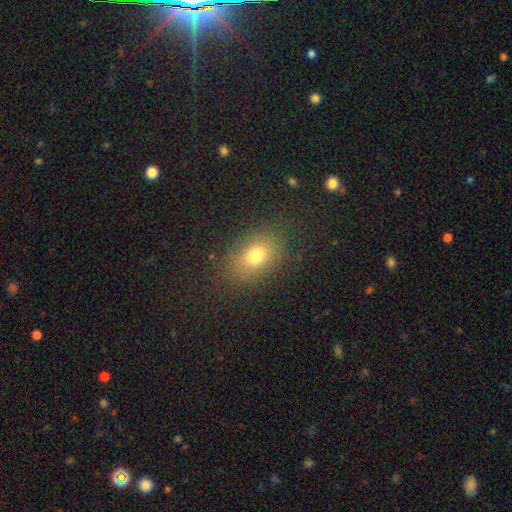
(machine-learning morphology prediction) Smooth or featured: smooth — 76% (star or artifact — 12%)
How rounded: in between — 77% (round — 21%)
Merging: none — 84% (minor disturbance — 11%)